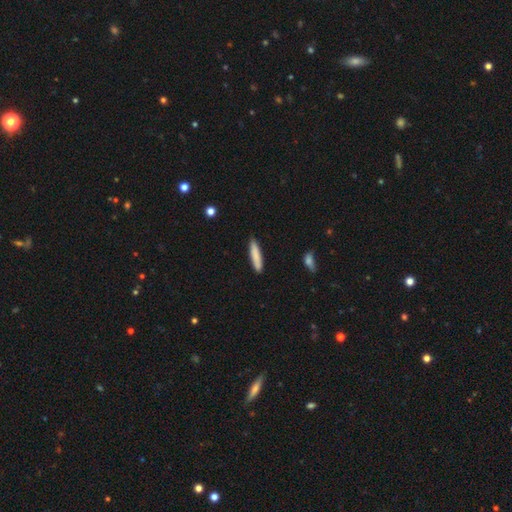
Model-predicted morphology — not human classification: Smooth or featured? smooth (83%)
How rounded? cigar-shaped (86%)
Merging? none (86%)